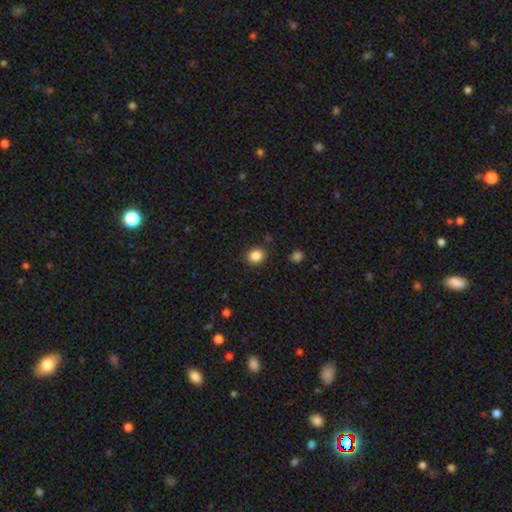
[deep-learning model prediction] smooth-or-featured: smooth: 85% | star or artifact: 11% | featured or disk: 4%
  how-rounded: round: 79% | in between: 20% | cigar-shaped: 1%
  merging: none: 88% | minor disturbance: 8% | major disturbance: 2% | merger: 2%